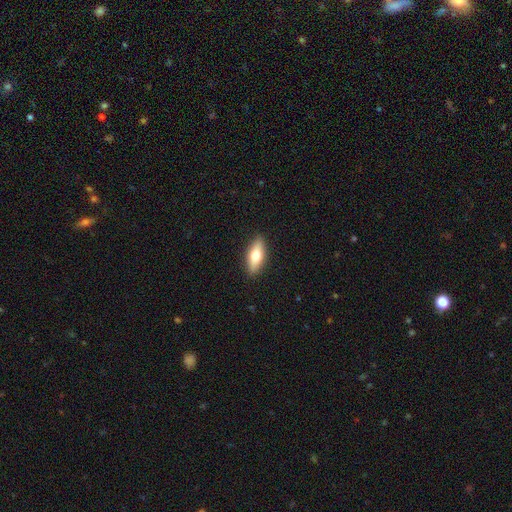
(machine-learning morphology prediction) Smooth or featured?
  - smooth: 65% *
  - featured or disk: 29%
  - star or artifact: 6%
How rounded?
  - in between: 70% *
  - cigar-shaped: 27%
  - round: 3%
Merging?
  - none: 89% *
  - minor disturbance: 8%
  - major disturbance: 2%
  - merger: 1%